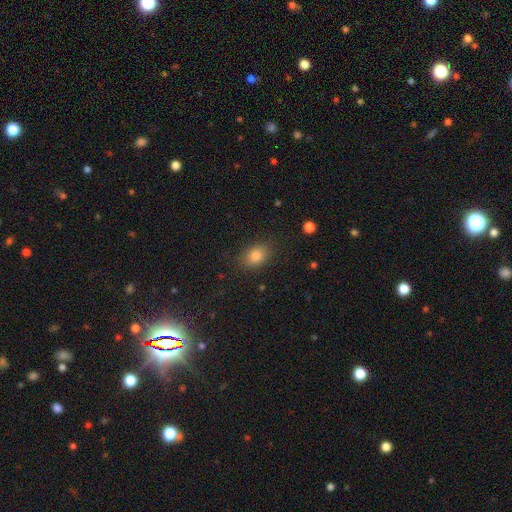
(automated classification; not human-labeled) The model was most divided on "how rounded": in between: 70%, round: 28%, cigar-shaped: 1%. More confident: merging — none (83%); smooth or featured — smooth (82%).